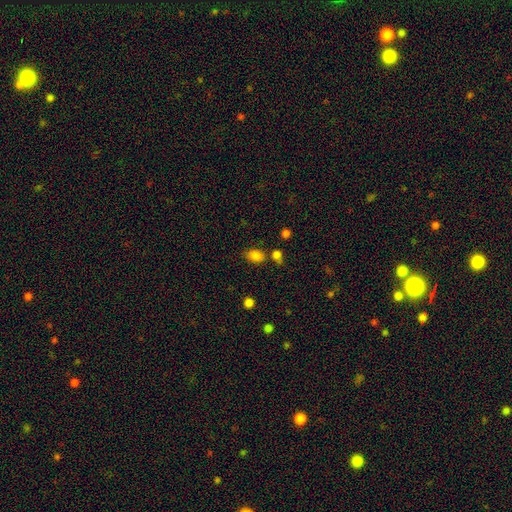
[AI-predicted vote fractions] Morphology: type=smooth (82%); roundness=in between (74%); merging=none (67%).